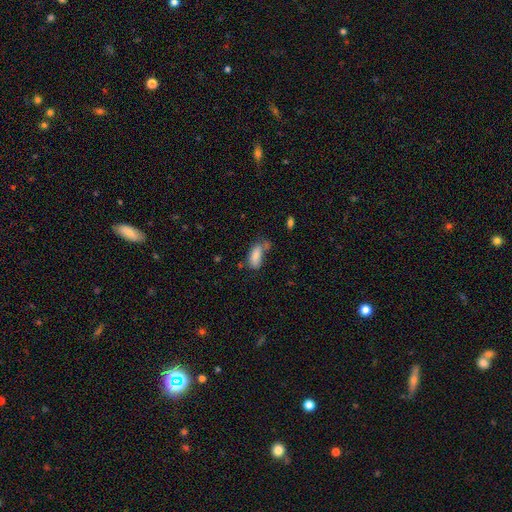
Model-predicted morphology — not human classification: This is clearly a smooth galaxy (82%). How rounded: clearly in between (84%). Merging: marginally none (43%).